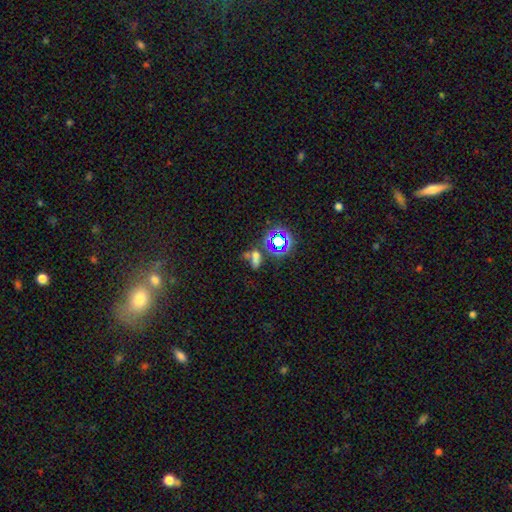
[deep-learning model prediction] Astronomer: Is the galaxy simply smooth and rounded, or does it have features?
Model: smooth — 43% (runner-up: star or artifact, 42%).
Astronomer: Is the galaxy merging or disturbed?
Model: merger — 43% (runner-up: none, 35%).